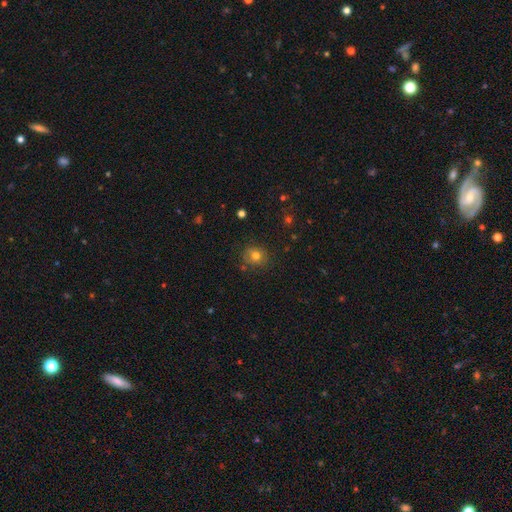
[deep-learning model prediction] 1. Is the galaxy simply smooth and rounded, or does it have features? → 75% smooth, 14% star or artifact, 11% featured or disk.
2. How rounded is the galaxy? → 77% round, 22% in between, 1% cigar-shaped.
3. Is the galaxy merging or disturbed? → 77% none, 16% minor disturbance, 4% major disturbance, 3% merger.